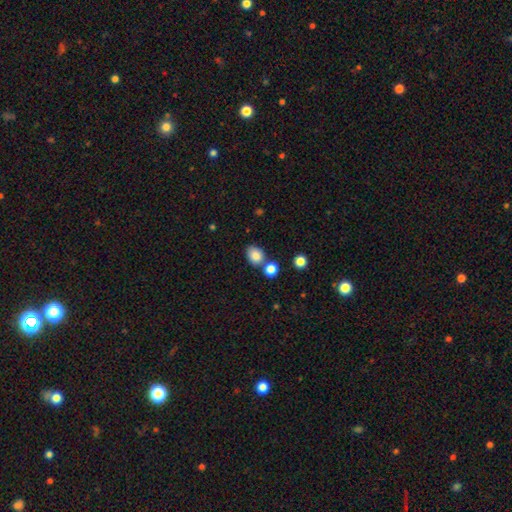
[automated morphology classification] Smooth or featured: smooth — 84% (star or artifact — 10%)
How rounded: in between — 61% (round — 38%)
Merging: none — 66% (merger — 19%)